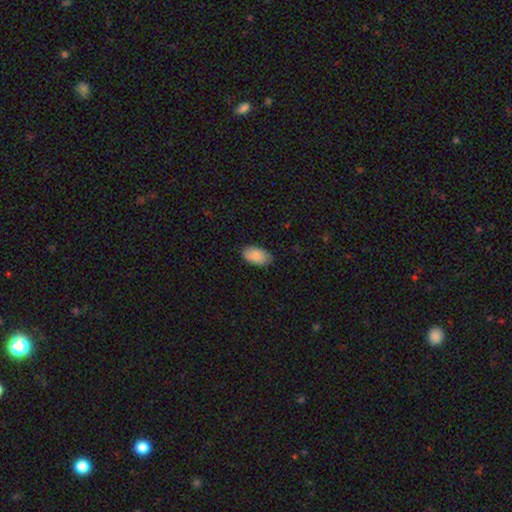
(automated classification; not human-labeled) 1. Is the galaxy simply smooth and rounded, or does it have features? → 88% smooth, 6% star or artifact, 6% featured or disk.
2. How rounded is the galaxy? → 95% in between, 3% round, 2% cigar-shaped.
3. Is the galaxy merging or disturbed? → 85% none, 12% minor disturbance, 2% major disturbance, 1% merger.